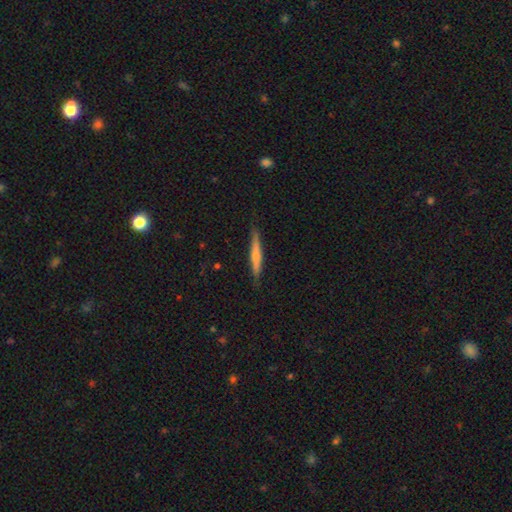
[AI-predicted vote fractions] The model was most divided on "smooth or featured": smooth: 56%, featured or disk: 38%, star or artifact: 6%. More confident: how rounded — cigar-shaped (93%); merging — none (85%).